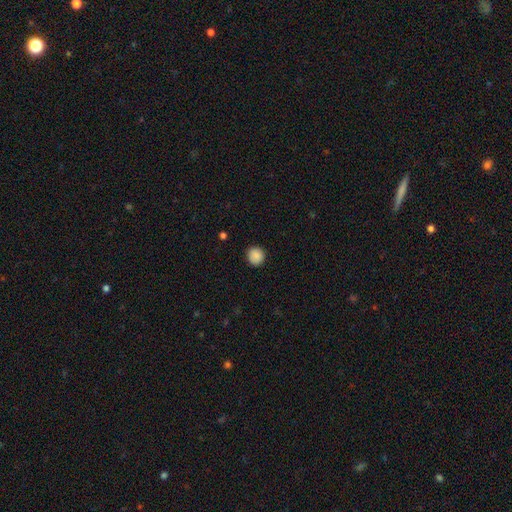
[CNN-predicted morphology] Smooth or featured? smooth (89%)
How rounded? round (91%)
Merging? none (90%)